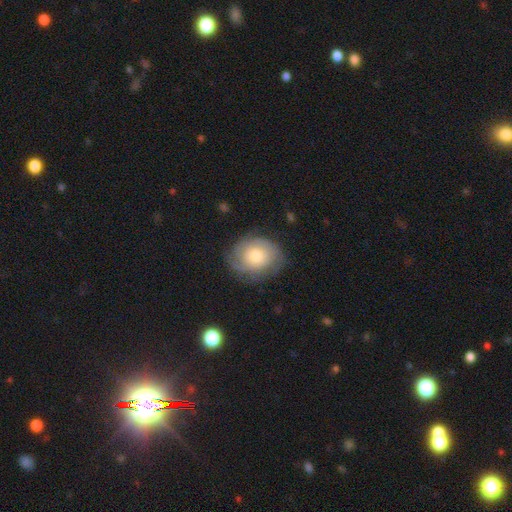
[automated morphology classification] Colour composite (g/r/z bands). It shows a featured or disk galaxy (55%) with no bar (83%), spiral arms (82%) and a moderate central bulge (57%). Merging: none (72%).